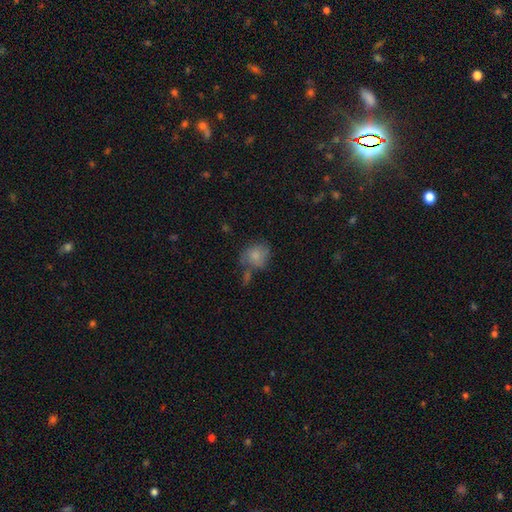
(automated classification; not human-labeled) A smooth galaxy with no disk features (81%) that is round (72%).

Vote fractions:
- Smooth or featured? smooth: 81% / featured or disk: 11% / star or artifact: 8%
- How rounded? round: 72% / in between: 27% / cigar-shaped: 1%
- Merging? none: 48% / minor disturbance: 21% / merger: 20% / major disturbance: 11%